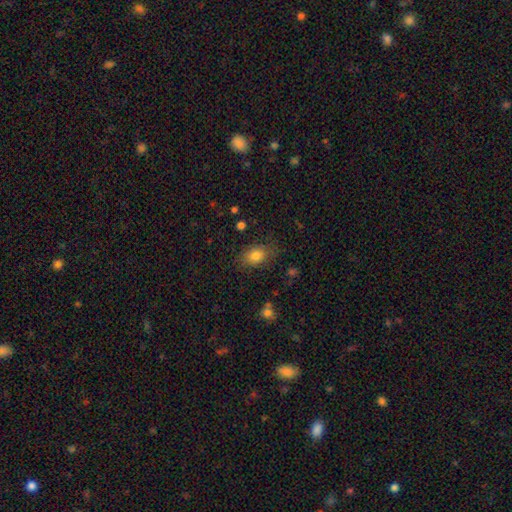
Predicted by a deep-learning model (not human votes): This appears to be a smooth galaxy with no disk features (82%) that is in between round and cigar-shaped (76%). Merging: none (75%).